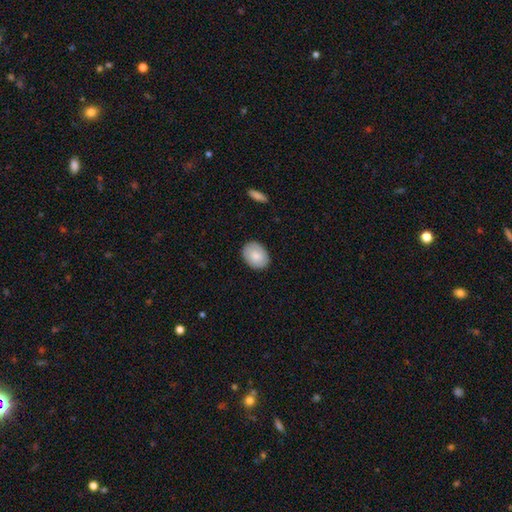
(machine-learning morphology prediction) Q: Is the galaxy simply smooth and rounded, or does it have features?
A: smooth — 77%.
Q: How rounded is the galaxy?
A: in between — 68%.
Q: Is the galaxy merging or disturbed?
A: none — 87%.